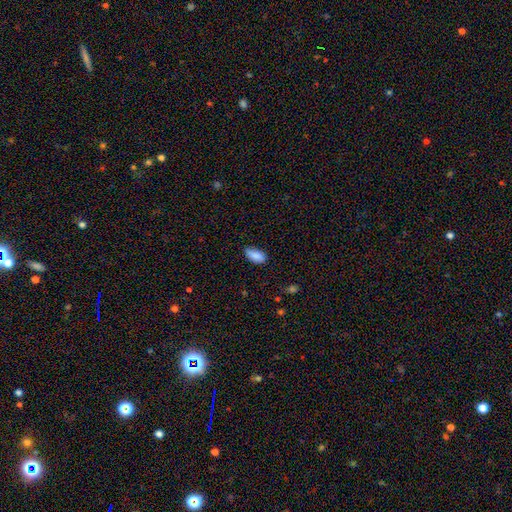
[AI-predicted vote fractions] Q: Smooth or featured?
A: smooth (87%); runner-up: star or artifact (7%)
Q: How rounded?
A: in between (91%); runner-up: cigar-shaped (7%)
Q: Merging?
A: none (71%); runner-up: minor disturbance (24%)